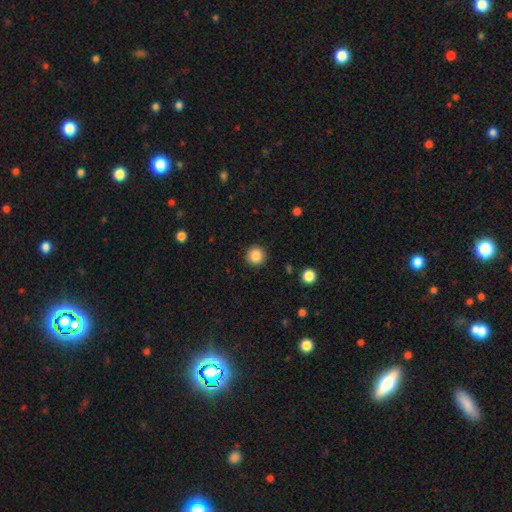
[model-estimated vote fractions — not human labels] This appears to be a smooth galaxy with no disk features (86%) that is round (95%). Merging: none (92%).